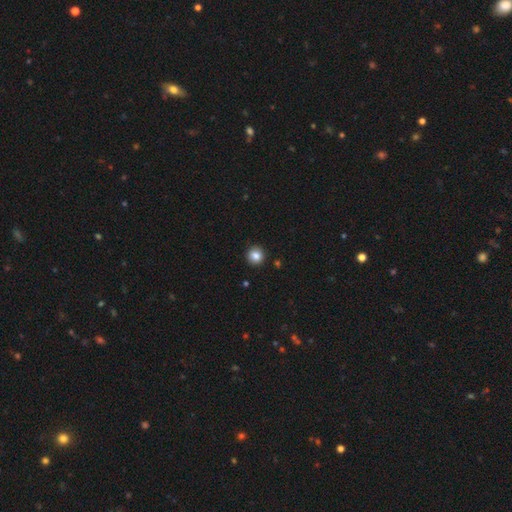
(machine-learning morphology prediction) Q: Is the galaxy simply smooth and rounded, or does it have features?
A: smooth — 85%.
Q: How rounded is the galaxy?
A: round — 94%.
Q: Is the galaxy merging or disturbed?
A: none — 92%.